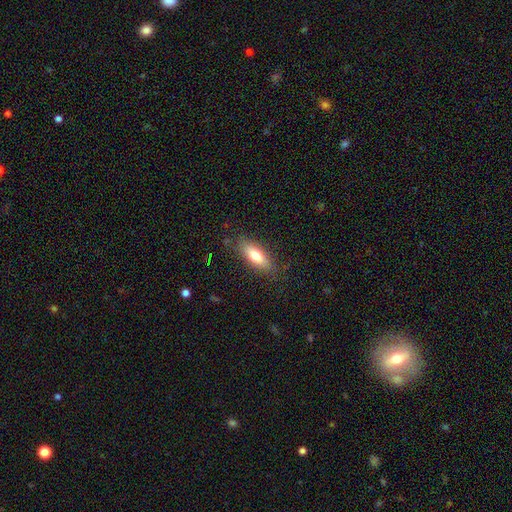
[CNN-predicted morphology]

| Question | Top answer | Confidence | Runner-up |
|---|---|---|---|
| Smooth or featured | smooth | 72% | featured or disk (21%) |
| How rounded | in between | 66% | cigar-shaped (31%) |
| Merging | none | 82% | minor disturbance (13%) |